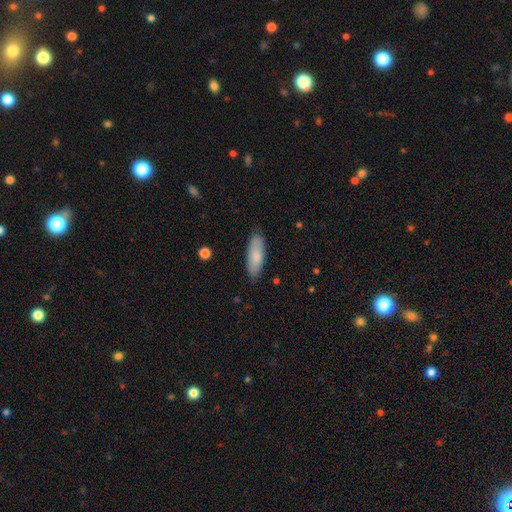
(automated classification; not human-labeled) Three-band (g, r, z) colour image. It shows a smooth galaxy with no disk features (82%) that is in between round and cigar-shaped (63%). Merging: none (85%).